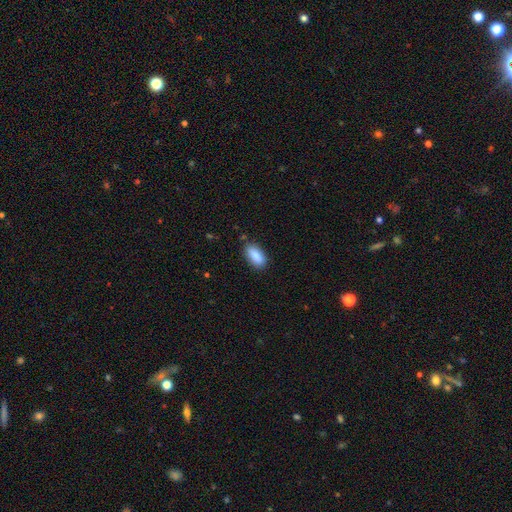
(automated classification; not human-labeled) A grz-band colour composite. It shows a smooth galaxy with no disk features (89%) that is in between round and cigar-shaped (89%). Merging: none (82%).